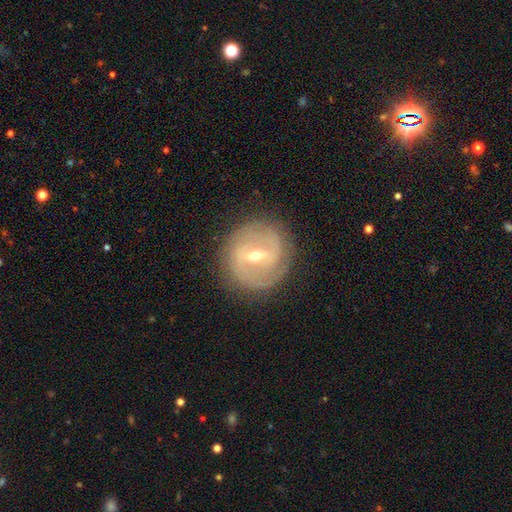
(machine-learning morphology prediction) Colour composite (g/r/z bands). It shows a featured or disk galaxy (81%) with a strong bar (47%), 2 (49%) tight (61%) spiral arms (81%) and a moderate central bulge (53%). Merging: none (82%).